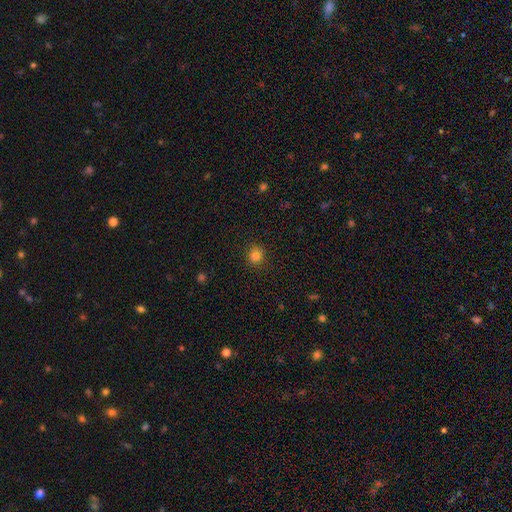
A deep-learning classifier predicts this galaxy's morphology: Smooth or featured: smooth — 83% (star or artifact — 13%)
How rounded: round — 87% (in between — 12%)
Merging: none — 90% (minor disturbance — 7%)